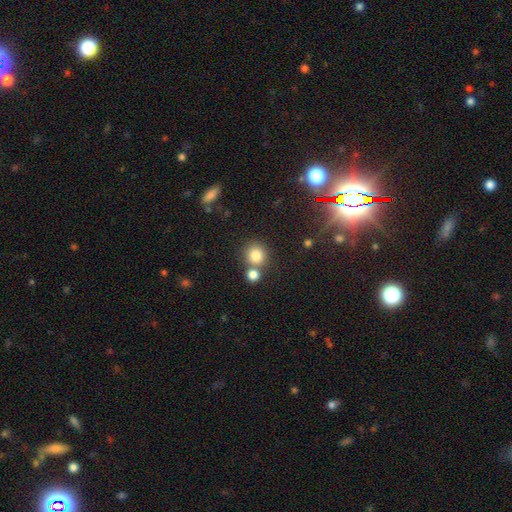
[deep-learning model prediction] A smooth galaxy with no disk features (81%) that is round (87%). Merging: none (62%).